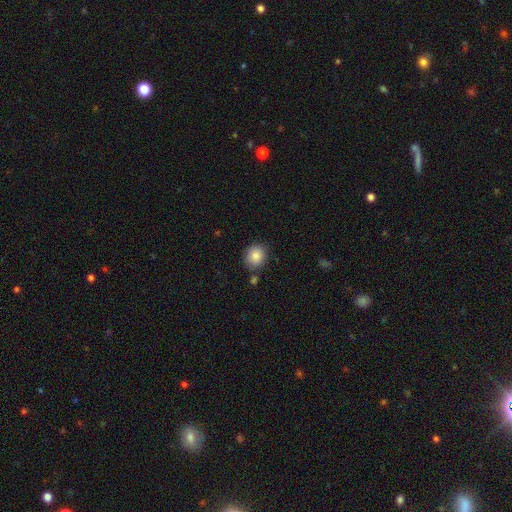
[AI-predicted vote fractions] Smooth or featured? smooth (86%)
How rounded? round (75%)
Merging? none (81%)